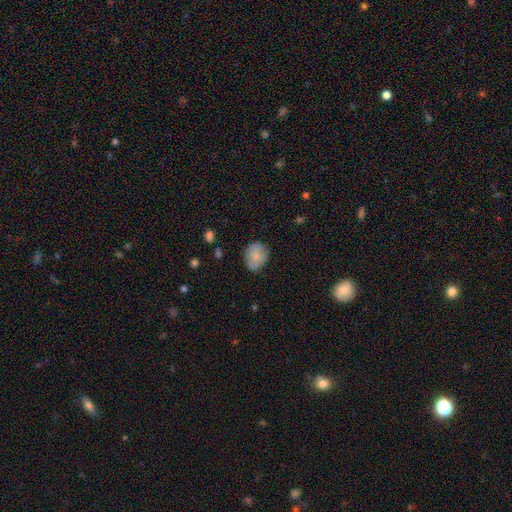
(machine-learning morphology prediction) This appears to be a smooth galaxy with no disk features (79%) that is in between round and cigar-shaped (54%). Merging: none (75%).